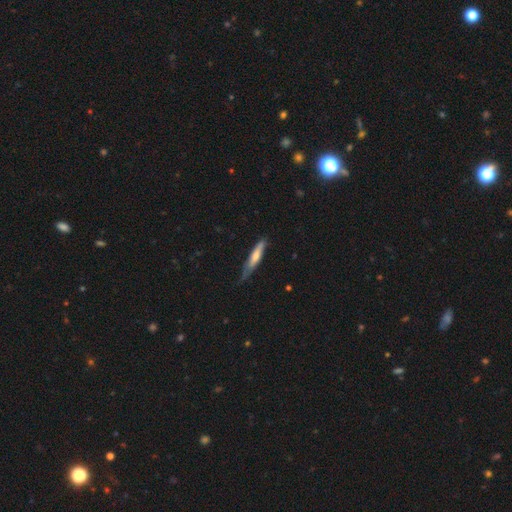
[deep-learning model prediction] Morphology: type=smooth (54%); roundness=cigar-shaped (89%); merging=none (59%).